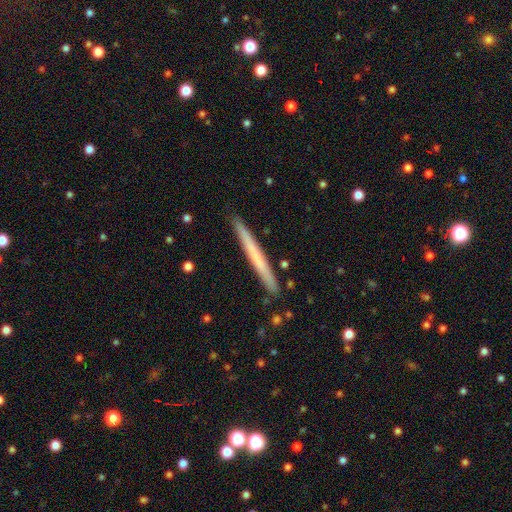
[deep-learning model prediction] smooth-or-featured: smooth: 58% | featured or disk: 37% | star or artifact: 6%
  how-rounded: cigar-shaped: 97% | in between: 2% | round: 1%
  merging: none: 91% | minor disturbance: 7% | merger: 1% | major disturbance: 1%